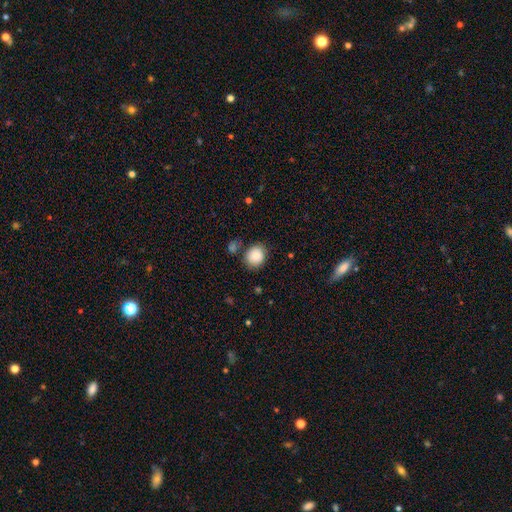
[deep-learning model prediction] A smooth galaxy with no disk features (85%) that is round (69%).

Vote fractions:
- Smooth or featured? smooth: 85% / star or artifact: 8% / featured or disk: 7%
- How rounded? round: 69% / in between: 30% / cigar-shaped: 1%
- Merging? none: 76% / minor disturbance: 13% / merger: 7% / major disturbance: 4%